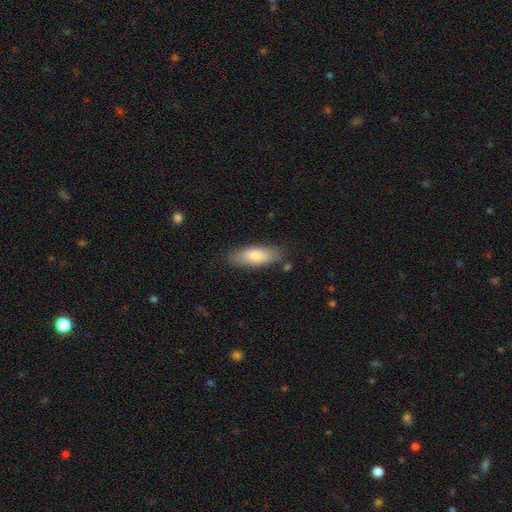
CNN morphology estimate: smooth 82%, featured or disk 12%, star or artifact 6%. Down the decision tree: how rounded — in between (67%); merging — none (81%).